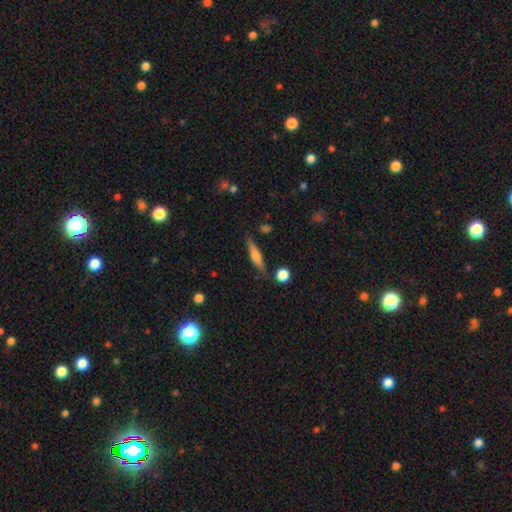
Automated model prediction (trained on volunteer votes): This appears to be a smooth galaxy with no disk features (51%) that is cigar-shaped (83%). Merging: none (83%).